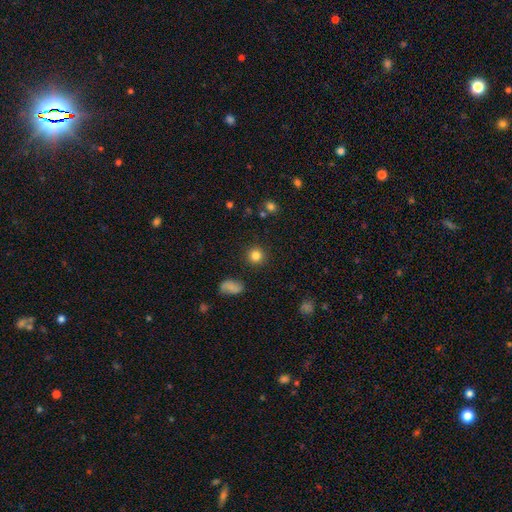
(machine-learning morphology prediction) type=smooth (82%); roundness=round (92%); merging=none (89%).